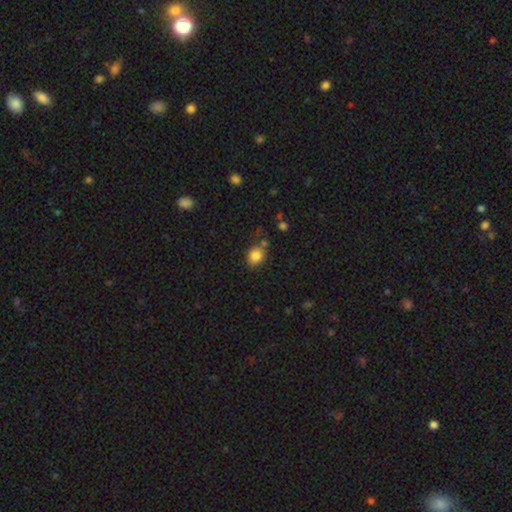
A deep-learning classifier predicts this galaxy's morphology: smooth 84%, star or artifact 10%, featured or disk 6%. Down the decision tree: how rounded — round (56%); merging — none (73%).